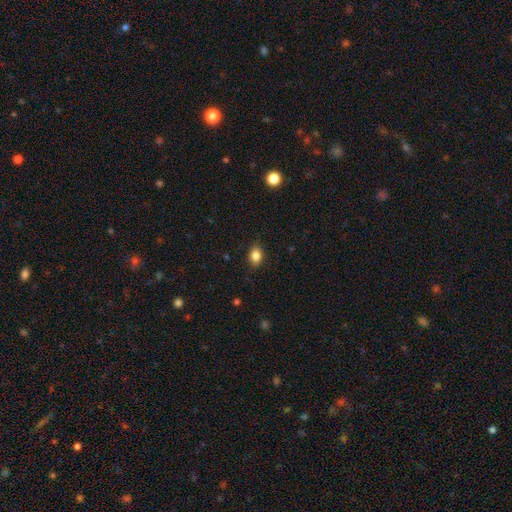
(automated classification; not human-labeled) This is clearly a smooth galaxy (85%). How rounded: likely in between (72%). Merging: clearly none (84%).